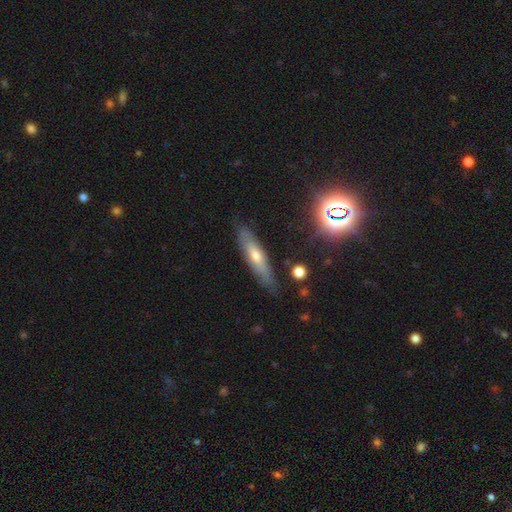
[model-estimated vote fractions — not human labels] A featured or disk galaxy (46%). Merging: none (81%).